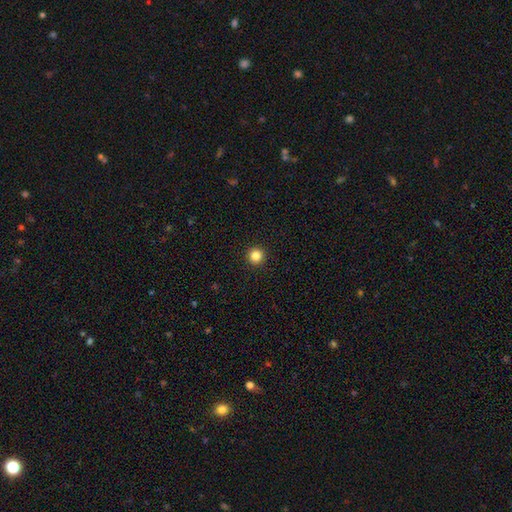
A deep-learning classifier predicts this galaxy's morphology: smooth 85%, star or artifact 12%, featured or disk 3%. Down the decision tree: how rounded — round (96%); merging — none (94%).